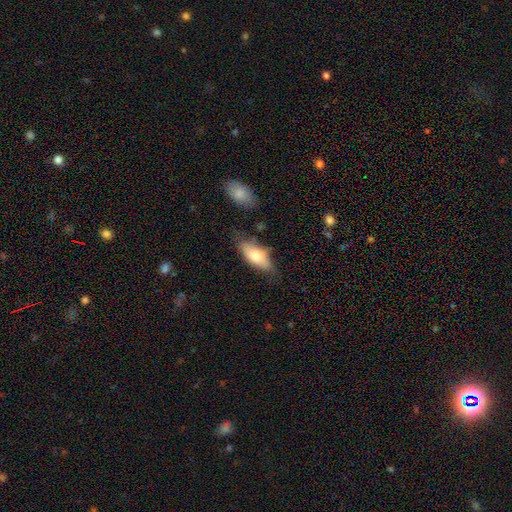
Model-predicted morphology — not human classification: The model was most divided on "merging": none: 61%, minor disturbance: 27%, major disturbance: 8%, merger: 5%. More confident: how rounded — in between (81%); smooth or featured — smooth (70%).